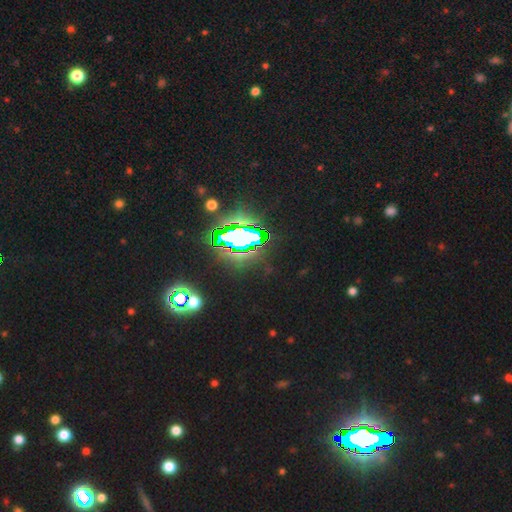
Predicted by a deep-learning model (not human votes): Overall: star or artifact (84%).